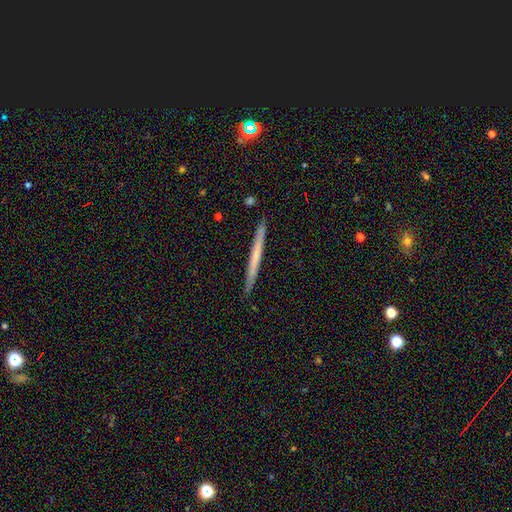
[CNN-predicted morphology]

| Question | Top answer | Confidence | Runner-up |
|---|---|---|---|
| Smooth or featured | smooth | 51% | featured or disk (43%) |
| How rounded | cigar-shaped | 97% | in between (1%) |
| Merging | none | 91% | minor disturbance (6%) |